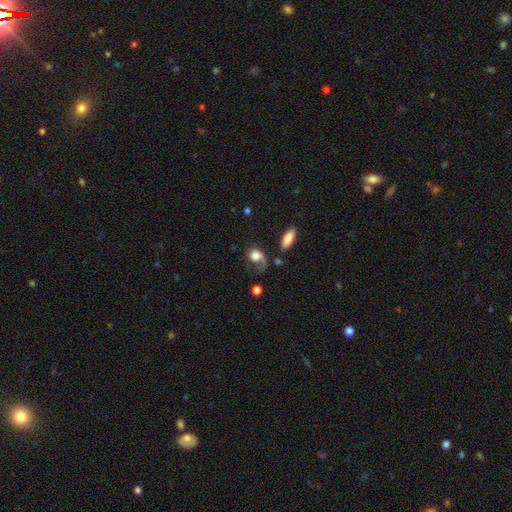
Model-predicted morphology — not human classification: Smooth or featured: smooth — 64% (featured or disk — 27%)
How rounded: round — 52% (in between — 46%)
Merging: major disturbance — 43% (none — 31%)